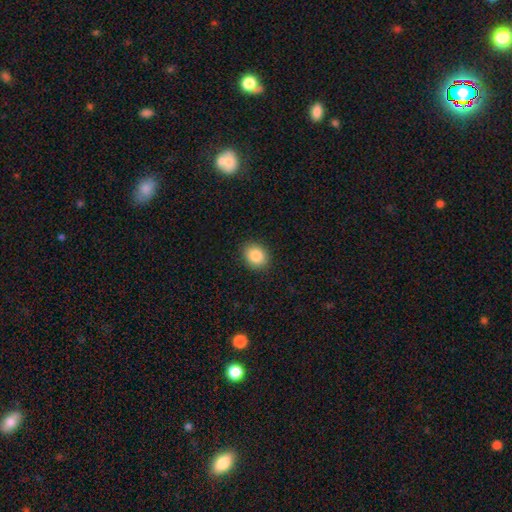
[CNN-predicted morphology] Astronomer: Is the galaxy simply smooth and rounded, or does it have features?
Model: smooth — 86%.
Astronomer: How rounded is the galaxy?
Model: round — 59% (runner-up: in between, 40%).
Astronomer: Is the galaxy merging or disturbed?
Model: none — 90%.